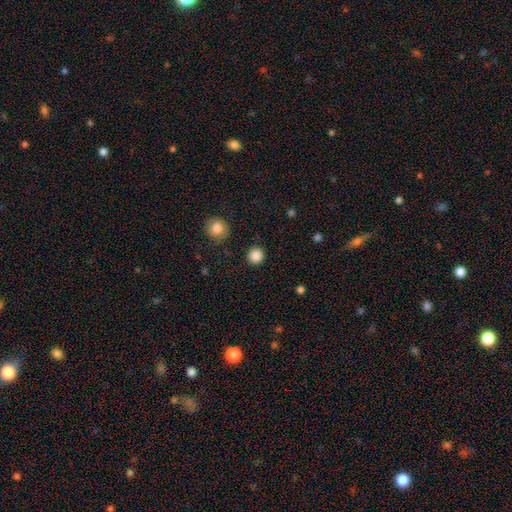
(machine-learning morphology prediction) Smooth or featured? smooth (86%)
How rounded? round (95%)
Merging? none (91%)